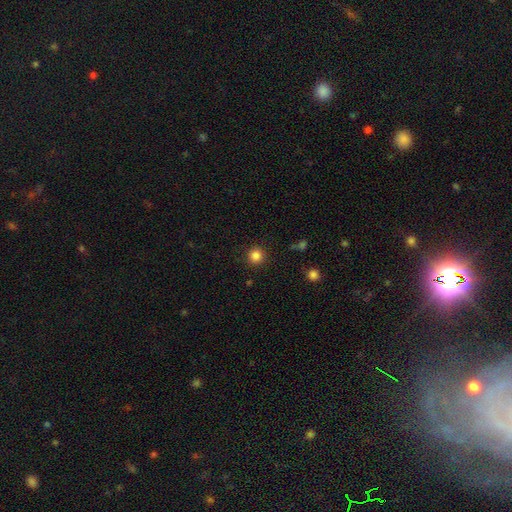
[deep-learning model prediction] Morphology: type=smooth (84%); roundness=round (94%); merging=none (91%).